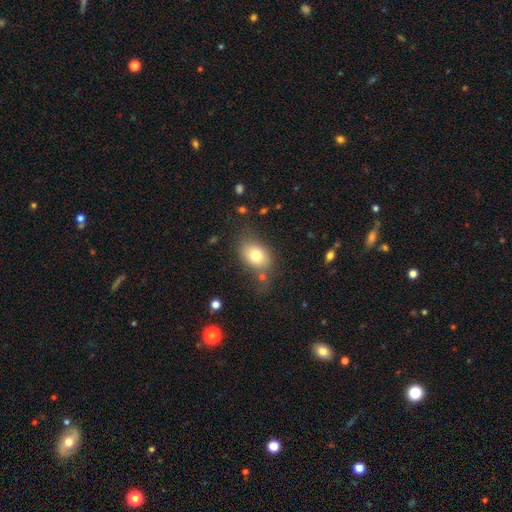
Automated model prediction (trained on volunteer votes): This appears to be a smooth galaxy with no disk features (76%) that is in between round and cigar-shaped (75%). Merging: none (69%).